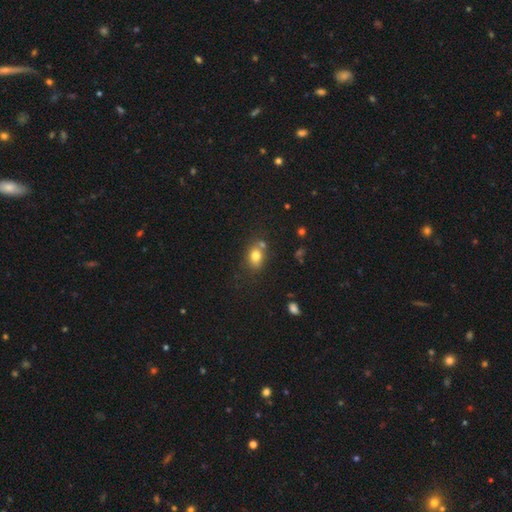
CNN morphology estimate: type=smooth (77%); roundness=in between (59%); merging=none (60%).